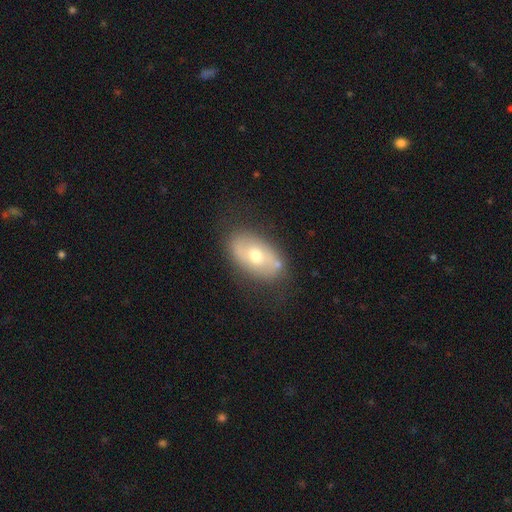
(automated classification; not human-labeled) Smooth or featured? smooth (49%)
Merging? none (76%)